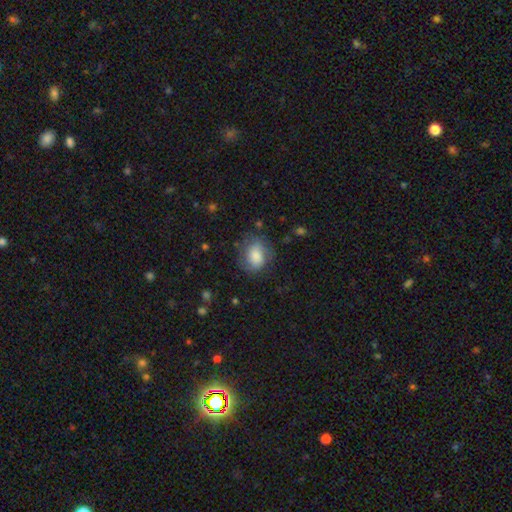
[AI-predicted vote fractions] Morphology: type=smooth (75%); roundness=in between (67%); merging=none (67%).